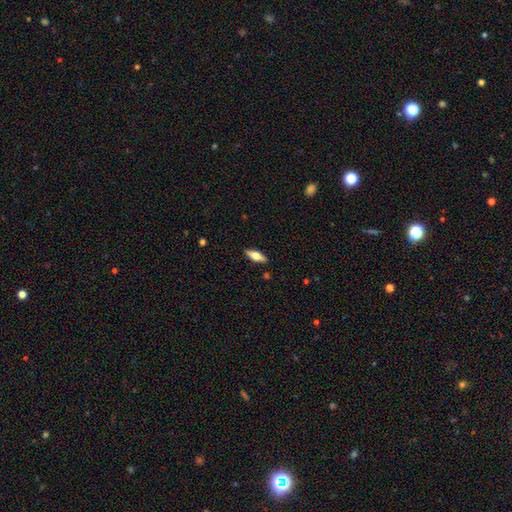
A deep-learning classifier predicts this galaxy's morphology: Q: Smooth or featured?
A: smooth (51%); runner-up: featured or disk (42%)
Q: How rounded?
A: in between (63%); runner-up: cigar-shaped (34%)
Q: Merging?
A: none (89%); runner-up: minor disturbance (8%)